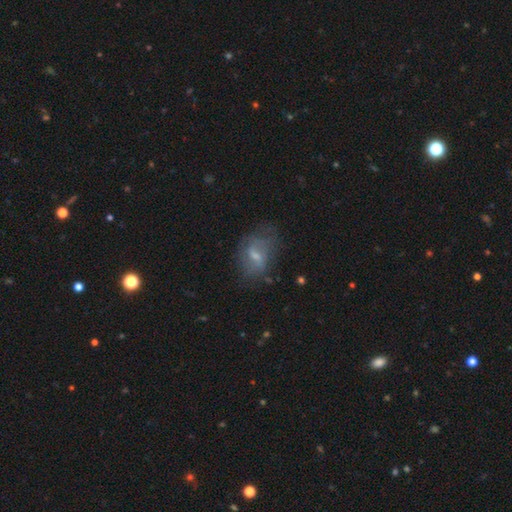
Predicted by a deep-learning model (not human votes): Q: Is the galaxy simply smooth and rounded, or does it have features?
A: featured or disk — 49%.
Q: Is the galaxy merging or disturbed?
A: none — 57%.